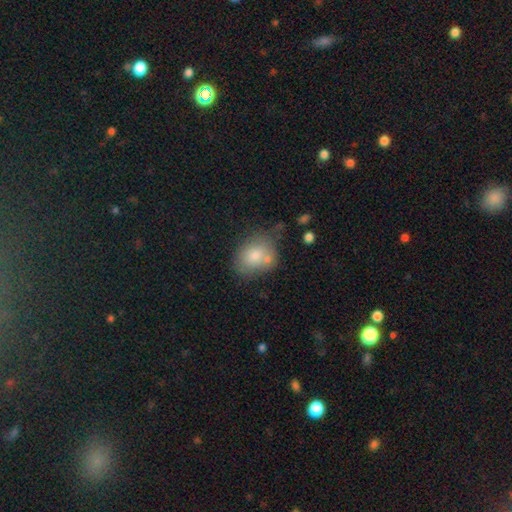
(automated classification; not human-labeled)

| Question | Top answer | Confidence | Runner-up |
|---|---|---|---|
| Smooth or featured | smooth | 79% | featured or disk (13%) |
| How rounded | in between | 53% | round (46%) |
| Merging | none | 49% | minor disturbance (23%) |